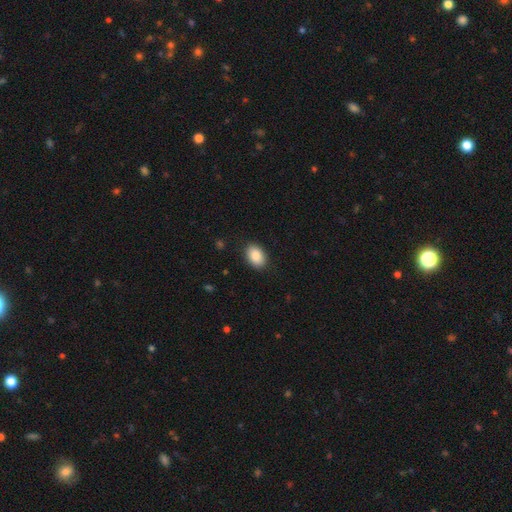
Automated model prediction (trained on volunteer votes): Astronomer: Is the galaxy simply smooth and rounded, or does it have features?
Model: smooth — 88%.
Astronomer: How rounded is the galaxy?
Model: in between — 85%.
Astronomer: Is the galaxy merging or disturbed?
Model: none — 88%.